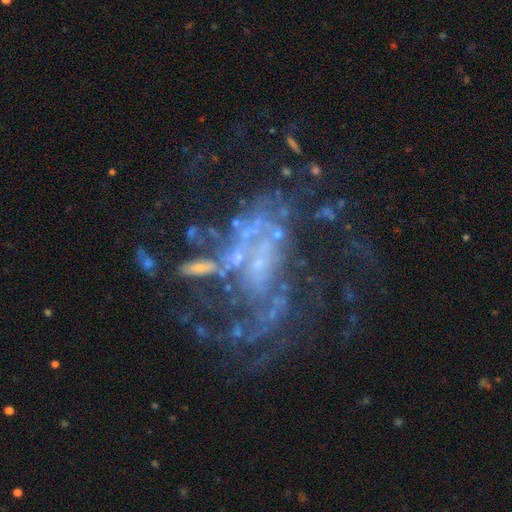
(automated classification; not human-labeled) This is likely a featured or disk galaxy (78%). It is clearly not viewed edge-on (96%). Bar: likely no (60%). Spiral arm pattern: likely yes (65%). Central bulge: marginally none (43%, tied with small). Merging: marginally major disturbance (41%).